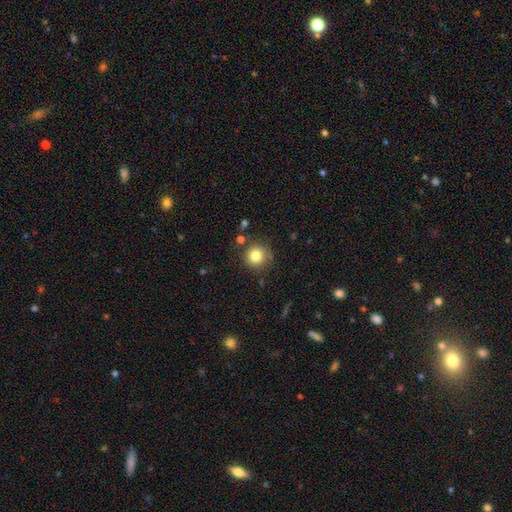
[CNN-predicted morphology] Smooth or featured? Predicted: smooth (p=0.81). How rounded? Predicted: round (p=0.94). Merging? Predicted: none (p=0.82).